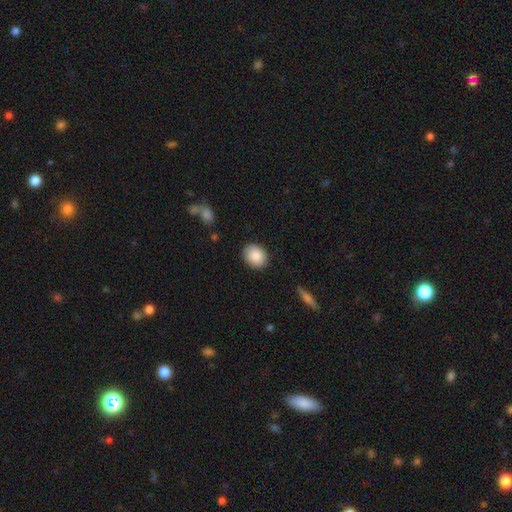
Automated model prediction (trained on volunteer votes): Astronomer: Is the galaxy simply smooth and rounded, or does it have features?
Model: smooth — 88%.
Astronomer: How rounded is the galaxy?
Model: in between — 53% (runner-up: round, 46%).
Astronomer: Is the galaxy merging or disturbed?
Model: none — 87%.